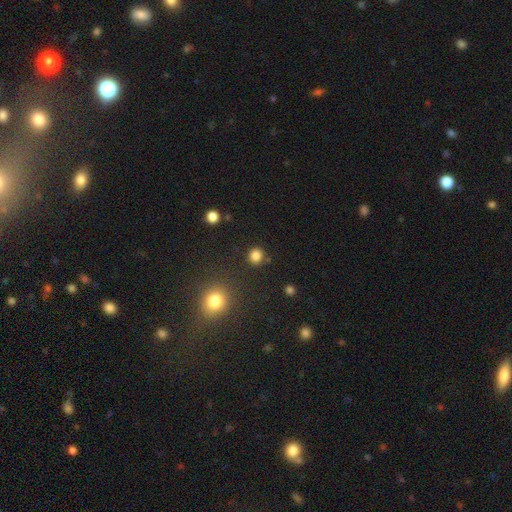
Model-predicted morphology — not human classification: A smooth galaxy with no disk features (83%) that is round (87%).

Vote fractions:
- Smooth or featured? smooth: 83% / star or artifact: 13% / featured or disk: 4%
- How rounded? round: 87% / in between: 12% / cigar-shaped: 1%
- Merging? none: 87% / minor disturbance: 7% / merger: 3% / major disturbance: 3%